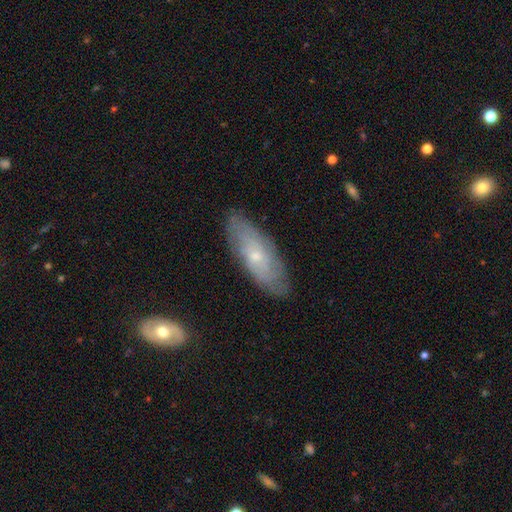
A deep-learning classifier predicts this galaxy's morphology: Smooth or featured?
  - featured or disk: 54% *
  - smooth: 39%
  - star or artifact: 7%
Edge-on disk?
  - no: 80% *
  - yes: 20%
Merging?
  - none: 79% *
  - minor disturbance: 16%
  - major disturbance: 3%
  - merger: 2%